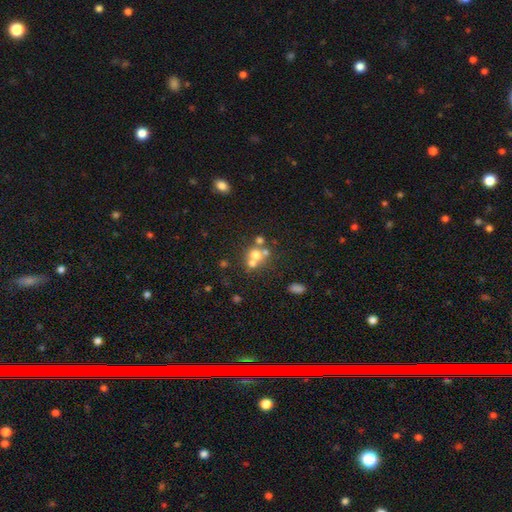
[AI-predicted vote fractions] This is possibly a smooth galaxy (59%). How rounded: clearly round (80%). Merging: possibly merger (49%).